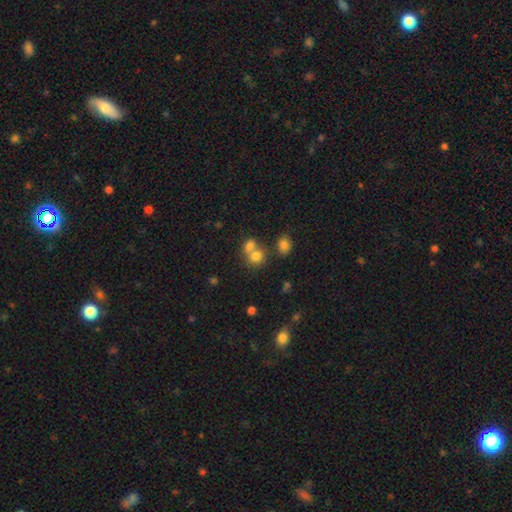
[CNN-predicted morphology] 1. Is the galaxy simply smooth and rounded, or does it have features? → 74% smooth, 15% star or artifact, 11% featured or disk.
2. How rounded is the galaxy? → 70% round, 29% in between, 1% cigar-shaped.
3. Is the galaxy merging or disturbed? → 51% merger, 38% none, 7% minor disturbance, 4% major disturbance.